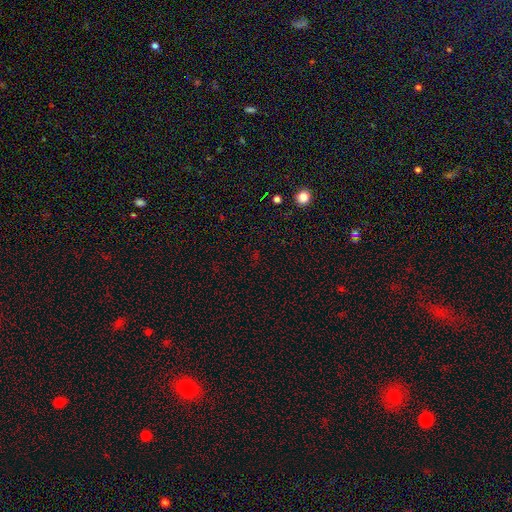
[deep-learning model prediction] A star or artifact, not a galaxy (67%).